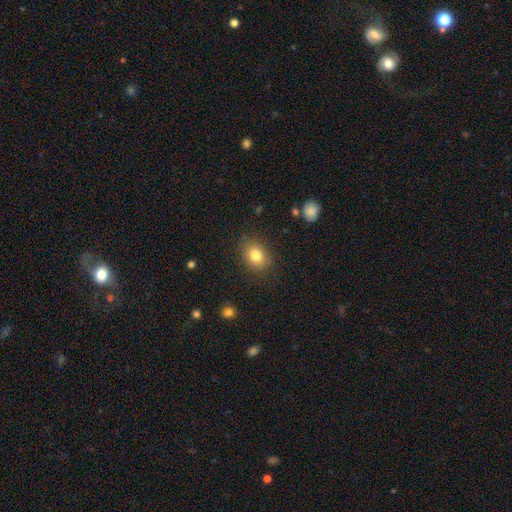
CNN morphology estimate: A smooth galaxy with no disk features (81%) that is in between round and cigar-shaped (61%).

Vote fractions:
- Smooth or featured? smooth: 81% / star or artifact: 10% / featured or disk: 9%
- How rounded? in between: 61% / round: 38% / cigar-shaped: 1%
- Merging? none: 84% / minor disturbance: 12% / major disturbance: 4% / merger: 1%